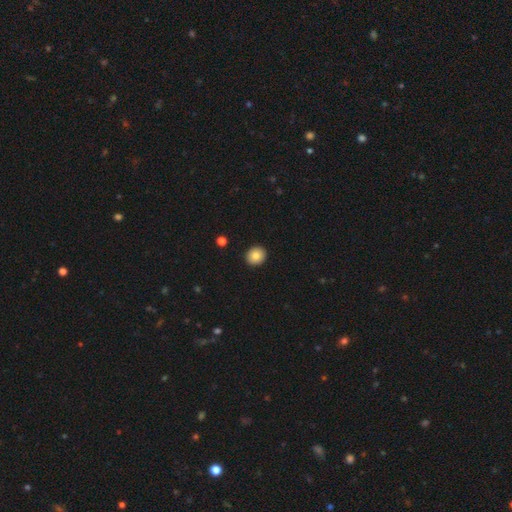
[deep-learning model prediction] A smooth galaxy with no disk features (84%) that is round (86%).

Vote fractions:
- Smooth or featured? smooth: 84% / star or artifact: 8% / featured or disk: 7%
- How rounded? round: 86% / in between: 13% / cigar-shaped: 1%
- Merging? none: 93% / minor disturbance: 5% / major disturbance: 1% / merger: 1%